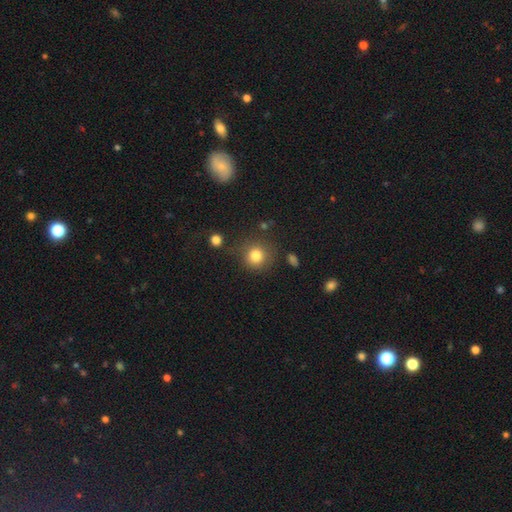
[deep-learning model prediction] The model was most divided on "merging": none: 80%, minor disturbance: 12%, major disturbance: 5%, merger: 4%. More confident: how rounded — round (90%); smooth or featured — smooth (81%).